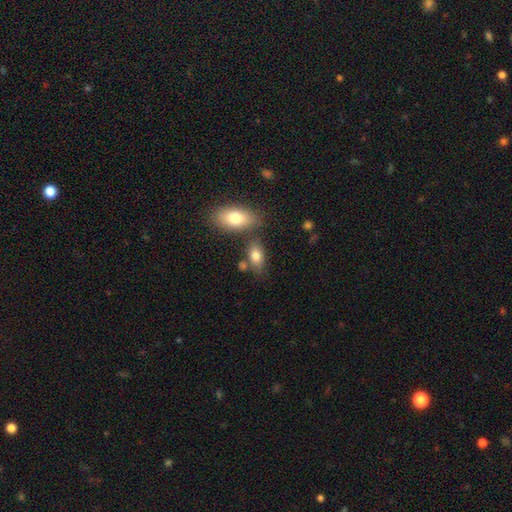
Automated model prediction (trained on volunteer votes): smooth_or_featured: smooth (p=0.80) [alt: featured or disk p=0.12]
how_rounded: in between (p=0.89) [alt: round p=0.07]
merging: none (p=0.64) [alt: merger p=0.17]